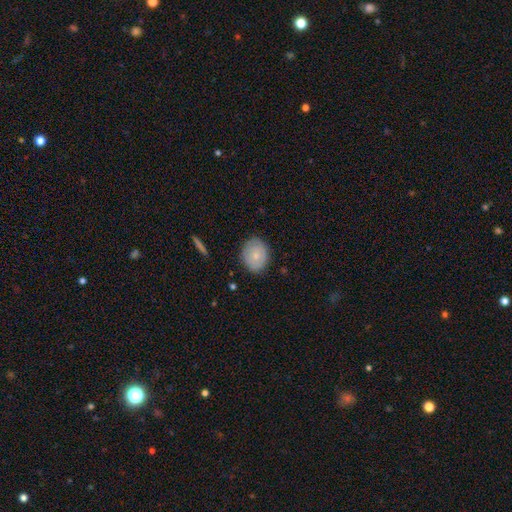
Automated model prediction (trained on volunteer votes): A smooth galaxy with no disk features (72%) that is round (53%). Merging: none (82%).